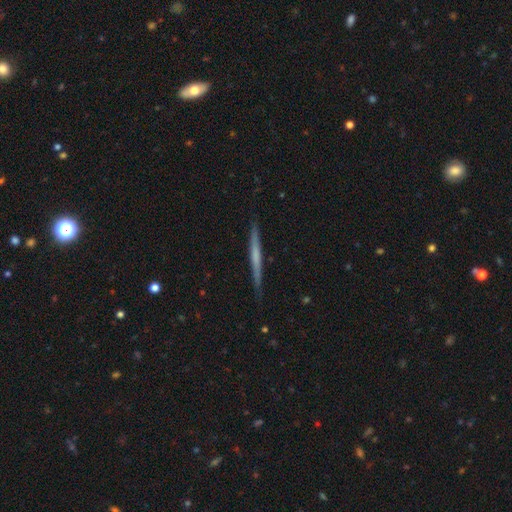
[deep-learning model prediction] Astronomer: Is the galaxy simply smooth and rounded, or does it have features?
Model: featured or disk — 53% (runner-up: smooth, 41%).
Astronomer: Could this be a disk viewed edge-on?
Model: yes — 98%.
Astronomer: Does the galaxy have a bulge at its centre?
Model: none — 77%.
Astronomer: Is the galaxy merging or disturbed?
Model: none — 89%.